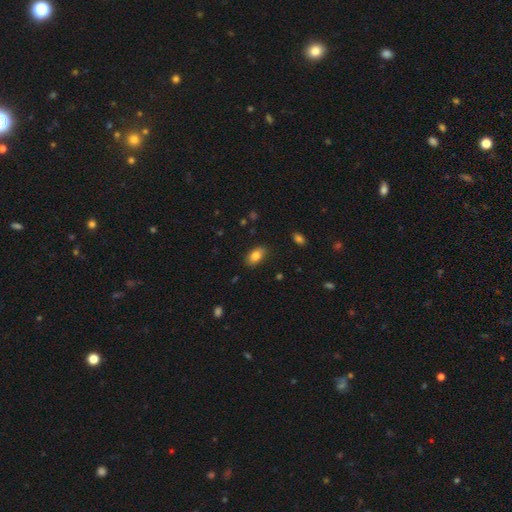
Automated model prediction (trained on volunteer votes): A smooth galaxy with no disk features (83%) that is in between round and cigar-shaped (90%). Merging: none (85%).